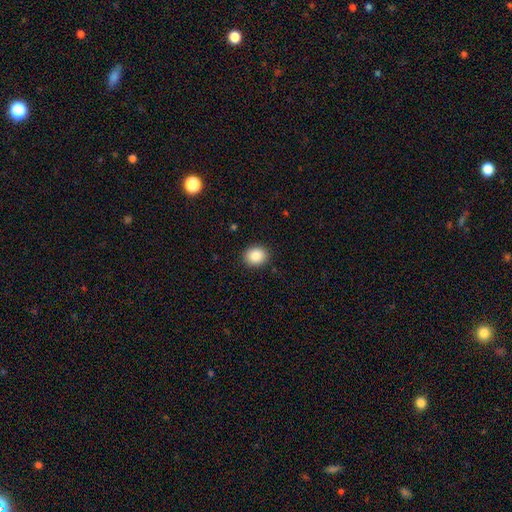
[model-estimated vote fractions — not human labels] This appears to be a smooth galaxy with no disk features (87%) that is round (63%). Merging: none (90%).